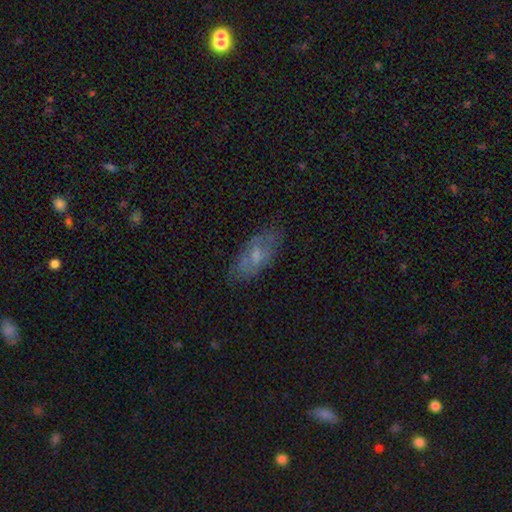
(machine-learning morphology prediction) Smooth or featured? smooth (51%)
How rounded? in between (81%)
Merging? none (71%)